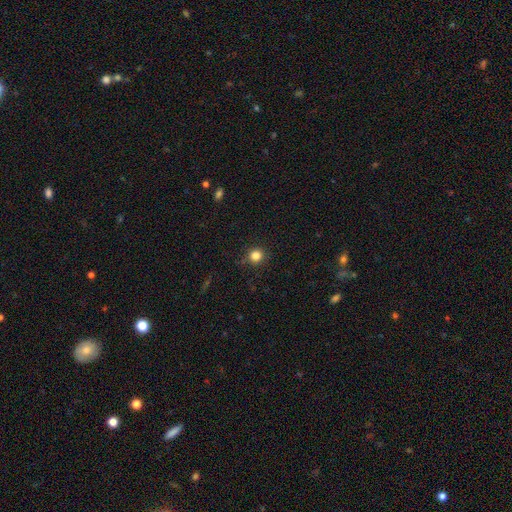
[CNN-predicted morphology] This is clearly a smooth galaxy (83%). How rounded: clearly round (93%). Merging: clearly none (87%).